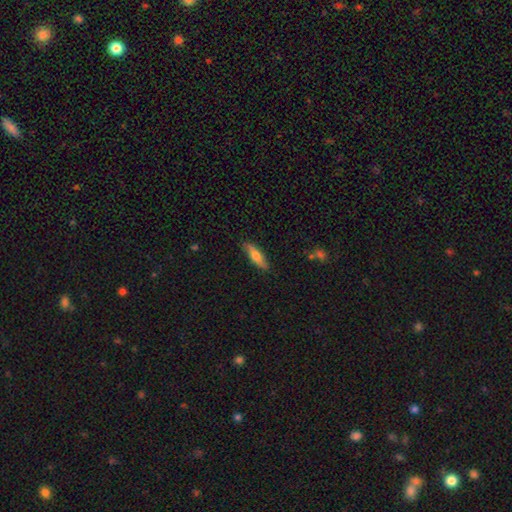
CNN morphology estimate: This is likely a smooth galaxy (65%). How rounded: possibly cigar-shaped (60%). Merging: clearly none (84%).